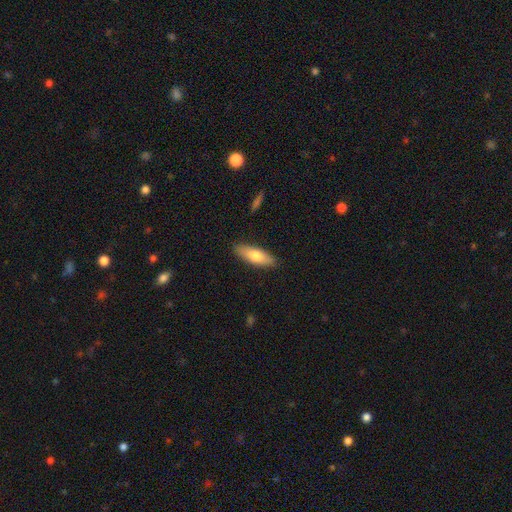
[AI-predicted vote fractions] Smooth or featured?
  - smooth: 73% *
  - featured or disk: 22%
  - star or artifact: 6%
How rounded?
  - in between: 61% *
  - cigar-shaped: 37%
  - round: 2%
Merging?
  - none: 87% *
  - minor disturbance: 10%
  - major disturbance: 2%
  - merger: 1%